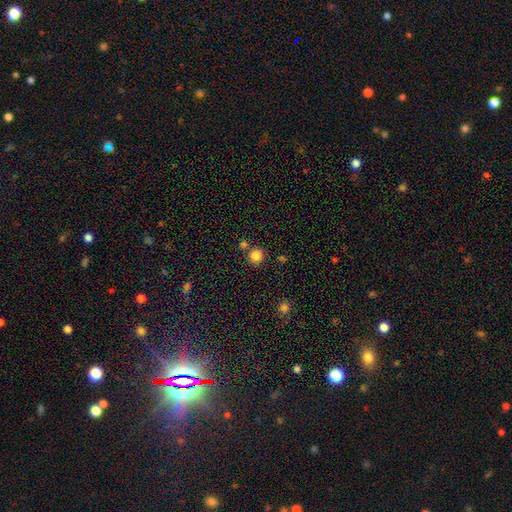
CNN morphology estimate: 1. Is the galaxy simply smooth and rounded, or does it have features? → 84% smooth, 12% star or artifact, 4% featured or disk.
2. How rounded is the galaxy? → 93% round, 6% in between, 1% cigar-shaped.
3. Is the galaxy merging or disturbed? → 76% none, 14% merger, 8% minor disturbance, 3% major disturbance.